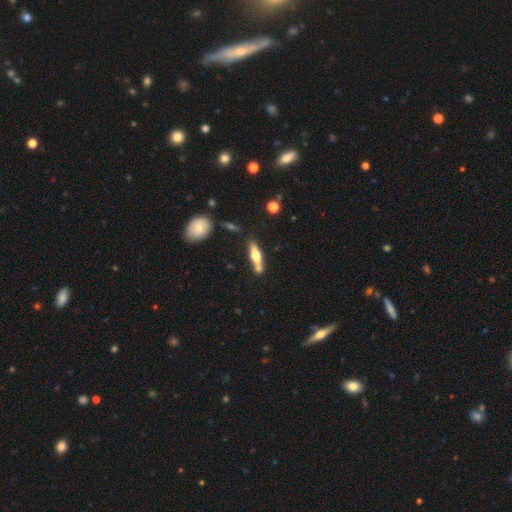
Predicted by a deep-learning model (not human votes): Smooth or featured? Predicted: featured or disk (p=0.49). Merging? Predicted: none (p=0.62).